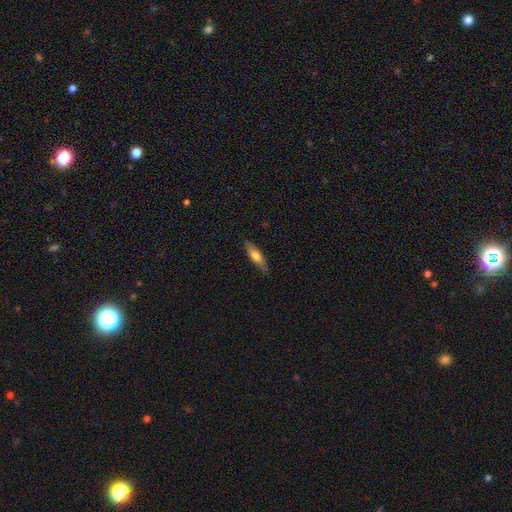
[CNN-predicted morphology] smooth_or_featured: smooth (p=0.60) [alt: featured or disk p=0.34]
how_rounded: cigar-shaped (p=0.66) [alt: in between p=0.32]
merging: none (p=0.86) [alt: minor disturbance p=0.11]